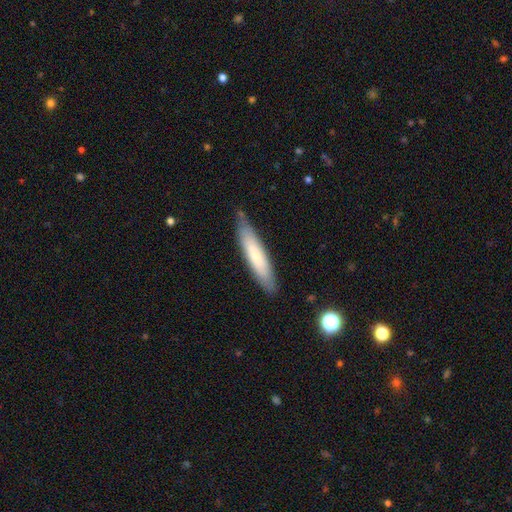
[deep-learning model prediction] smooth 70%, featured or disk 24%, star or artifact 6%. Down the decision tree: how rounded — cigar-shaped (85%); merging — none (83%).